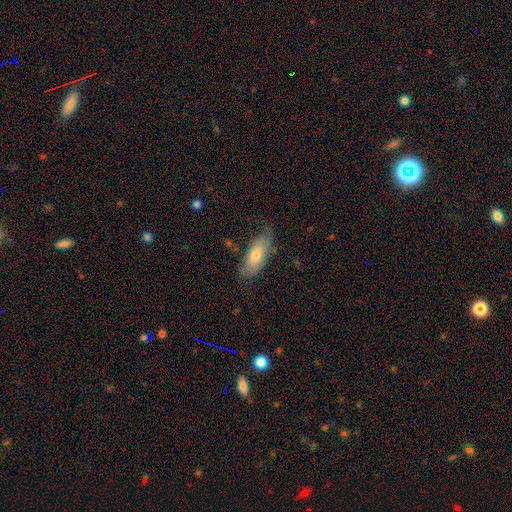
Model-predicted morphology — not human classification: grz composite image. It shows a smooth galaxy with no disk features (72%) that is in between round and cigar-shaped (75%). Merging: none (70%).